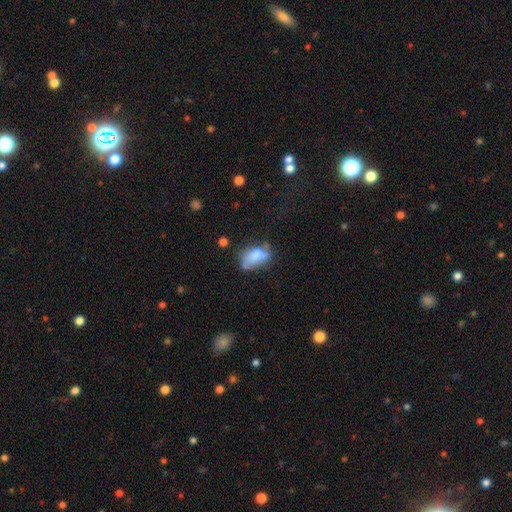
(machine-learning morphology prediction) Smooth or featured?
  - smooth: 64% *
  - featured or disk: 27%
  - star or artifact: 9%
How rounded?
  - in between: 89% *
  - round: 7%
  - cigar-shaped: 4%
Merging?
  - none: 39% *
  - minor disturbance: 30%
  - major disturbance: 18%
  - merger: 13%